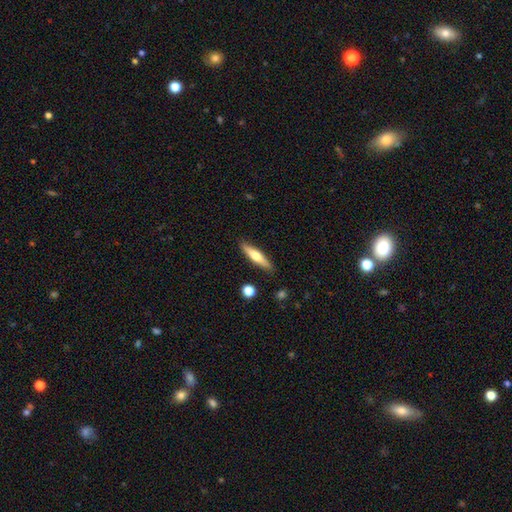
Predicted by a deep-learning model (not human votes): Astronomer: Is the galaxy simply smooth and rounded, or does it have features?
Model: smooth — 50% (runner-up: featured or disk, 44%).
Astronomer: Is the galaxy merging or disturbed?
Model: none — 88%.